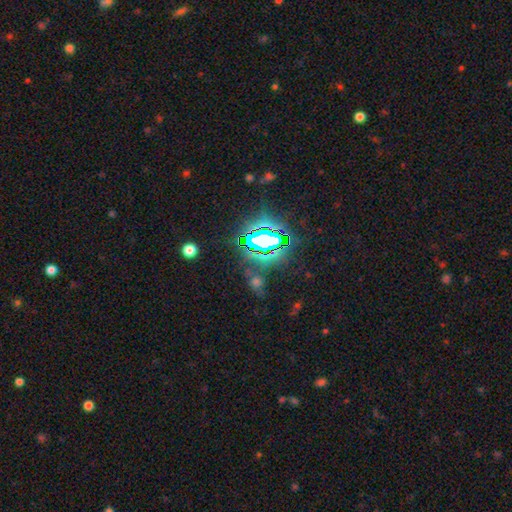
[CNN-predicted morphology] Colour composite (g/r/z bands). It shows a star or artifact, not a galaxy (82%).